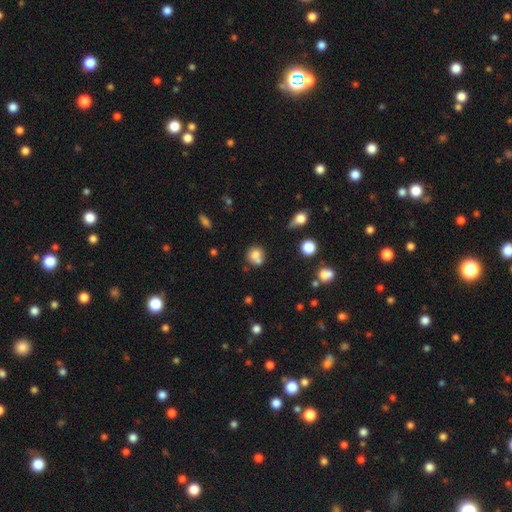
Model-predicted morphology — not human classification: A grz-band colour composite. It shows a smooth galaxy with no disk features (74%) that is round (80%). Merging: none (46%).